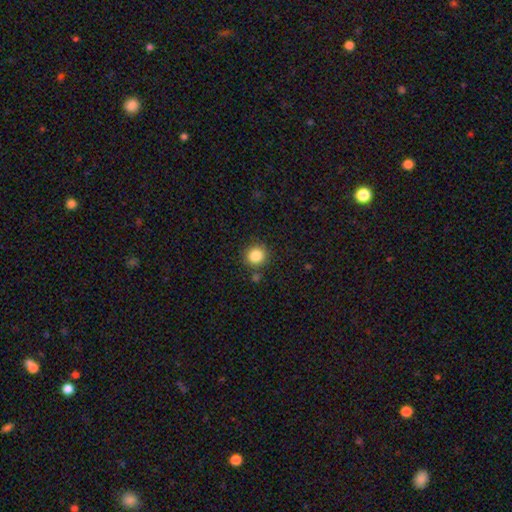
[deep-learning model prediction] smooth-or-featured: smooth: 85% | star or artifact: 11% | featured or disk: 5%
  how-rounded: round: 91% | in between: 8% | cigar-shaped: 1%
  merging: none: 84% | minor disturbance: 9% | merger: 5% | major disturbance: 3%